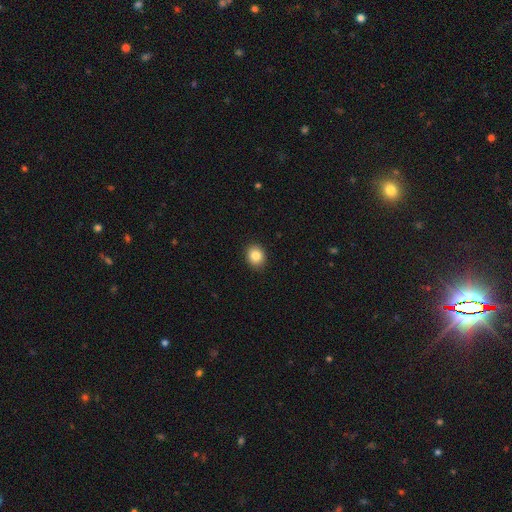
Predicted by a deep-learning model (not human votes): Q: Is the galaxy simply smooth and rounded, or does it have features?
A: smooth — 85%.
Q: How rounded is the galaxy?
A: round — 65%.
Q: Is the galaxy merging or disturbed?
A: none — 91%.